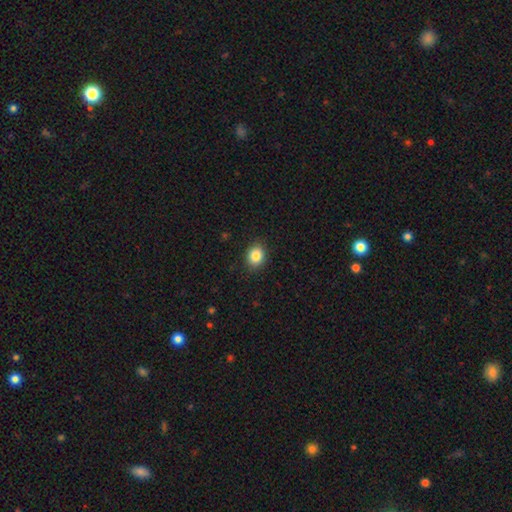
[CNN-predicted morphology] type=smooth (85%); roundness=round (56%); merging=none (89%).